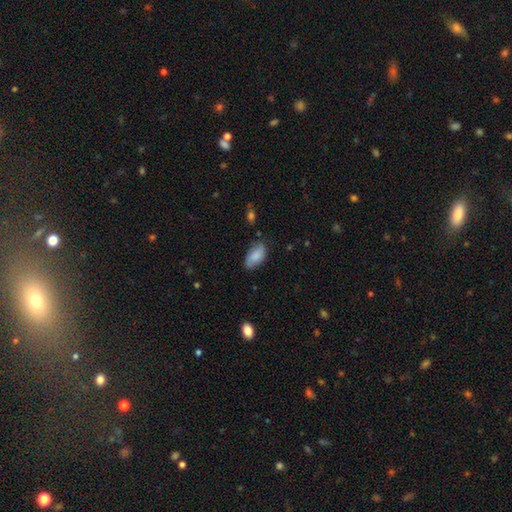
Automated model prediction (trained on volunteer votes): smooth 78%, featured or disk 15%, star or artifact 7%. Down the decision tree: how rounded — in between (94%); merging — none (71%).